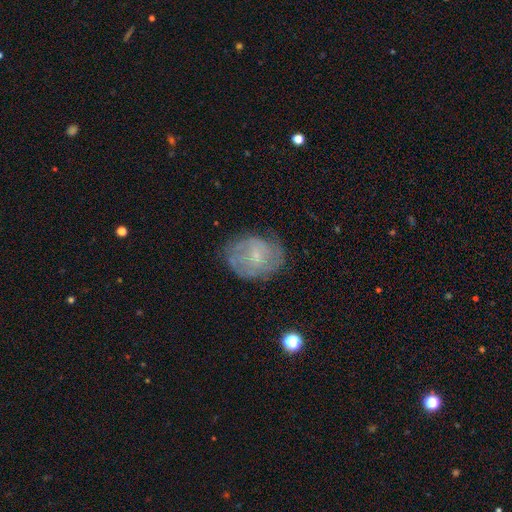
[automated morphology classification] type=featured or disk (64%); edge-on=no (97%); bar=no (61%); spiral arms=yes (75%); bulge=small (72%); merging=none (67%).